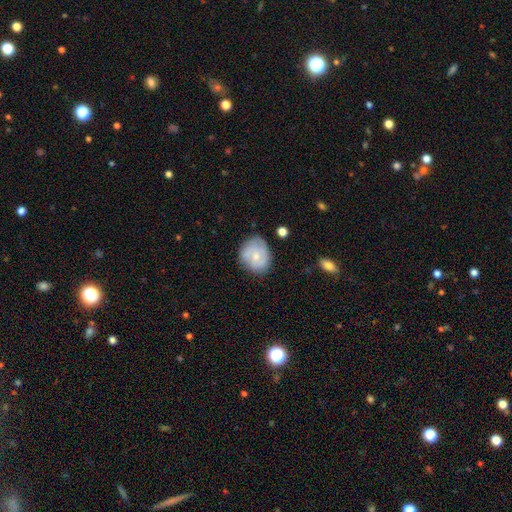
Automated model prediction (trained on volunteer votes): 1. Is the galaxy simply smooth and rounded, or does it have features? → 49% smooth, 44% featured or disk, 7% star or artifact.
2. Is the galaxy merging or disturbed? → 63% none, 26% minor disturbance, 7% major disturbance, 4% merger.